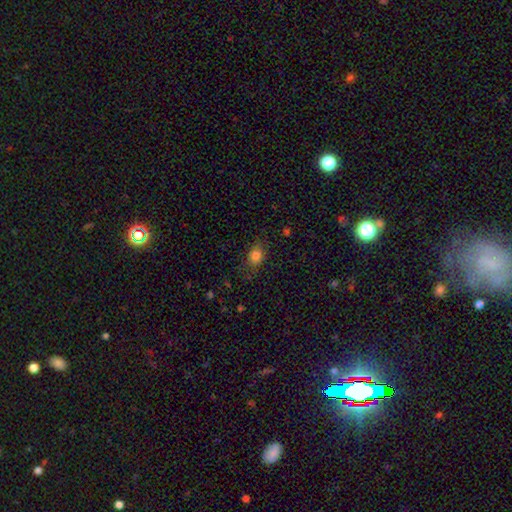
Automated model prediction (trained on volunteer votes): A smooth galaxy with no disk features (83%) that is in between round and cigar-shaped (58%). Merging: none (76%).